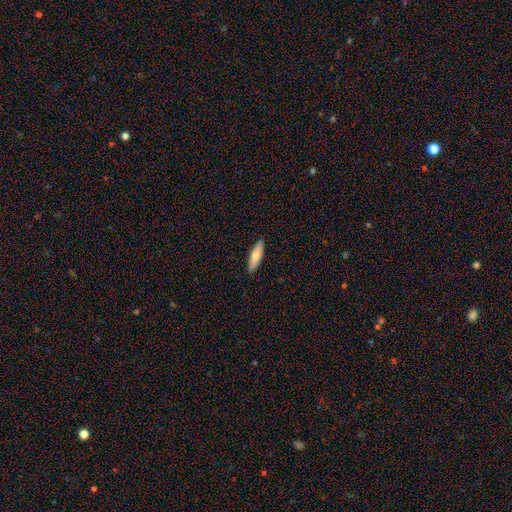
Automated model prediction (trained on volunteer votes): Q: Smooth or featured?
A: smooth (72%); runner-up: featured or disk (22%)
Q: How rounded?
A: cigar-shaped (62%); runner-up: in between (36%)
Q: Merging?
A: none (91%); runner-up: minor disturbance (7%)